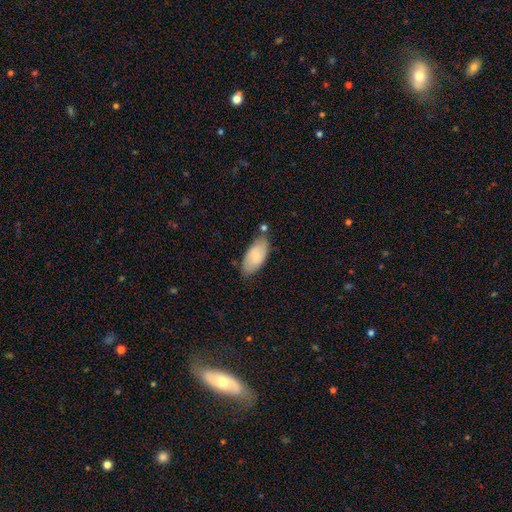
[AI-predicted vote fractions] A smooth galaxy with no disk features (73%) that is in between round and cigar-shaped (91%).

Vote fractions:
- Smooth or featured? smooth: 73% / featured or disk: 21% / star or artifact: 6%
- How rounded? in between: 91% / cigar-shaped: 7% / round: 2%
- Merging? none: 68% / minor disturbance: 21% / merger: 7% / major disturbance: 4%